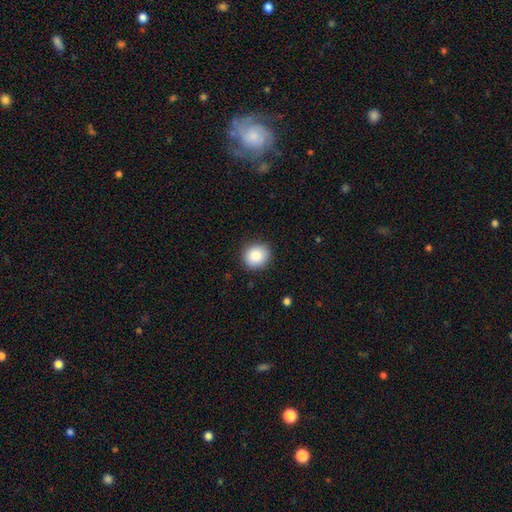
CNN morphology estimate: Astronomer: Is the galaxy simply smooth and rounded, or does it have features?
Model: smooth — 87%.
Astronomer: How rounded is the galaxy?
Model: round — 83%.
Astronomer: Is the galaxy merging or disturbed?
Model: none — 88%.